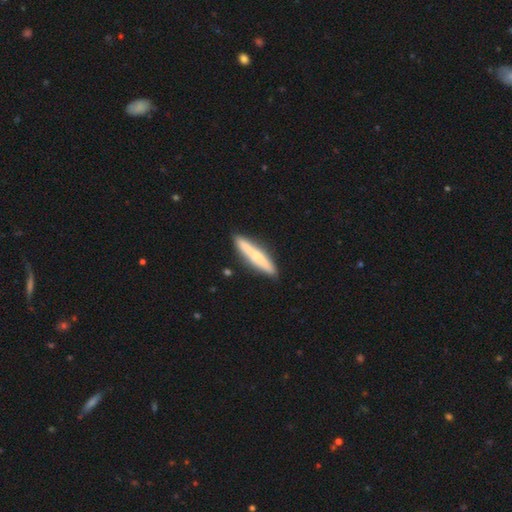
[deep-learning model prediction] This is possibly a smooth galaxy (59%). How rounded: clearly cigar-shaped (92%). Merging: clearly none (88%).